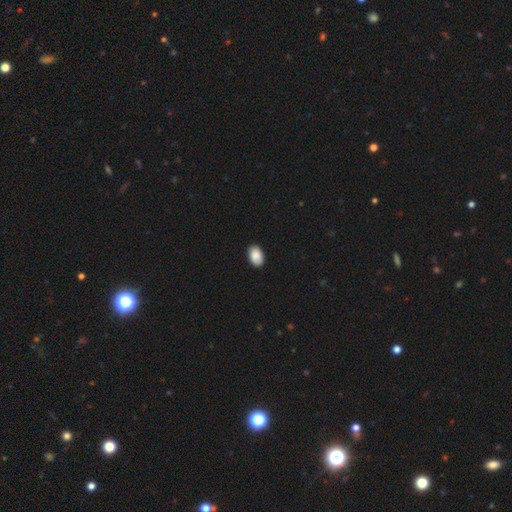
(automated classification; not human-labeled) Overall: smooth (90%). How rounded: in between (91%). Merging: none (89%).